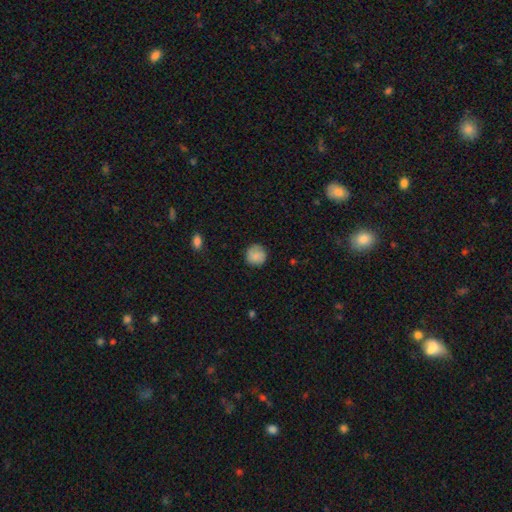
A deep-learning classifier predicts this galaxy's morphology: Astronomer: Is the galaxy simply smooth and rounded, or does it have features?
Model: smooth — 81%.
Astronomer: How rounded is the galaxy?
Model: round — 91%.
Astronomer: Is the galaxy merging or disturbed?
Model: none — 82%.